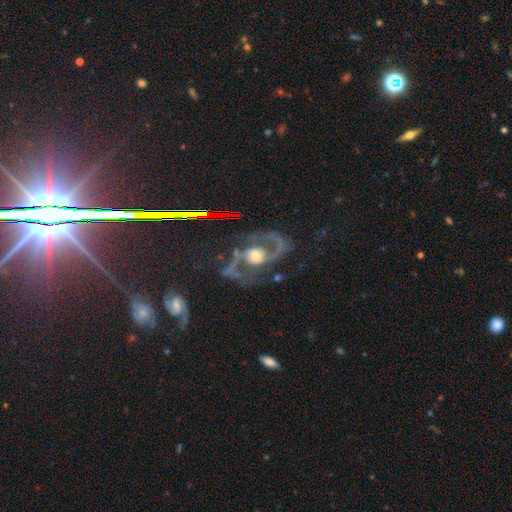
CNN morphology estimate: Overall: featured or disk (86%). Edge-on disk: no (96%). Bar: no (61%; weak 26%). Spiral arms: yes (92%). Spiral arm count: 2 (91%). Spiral winding: medium (55%; loose 32%). Bulge size: moderate (56%; small 26%). Merging: none (65%).